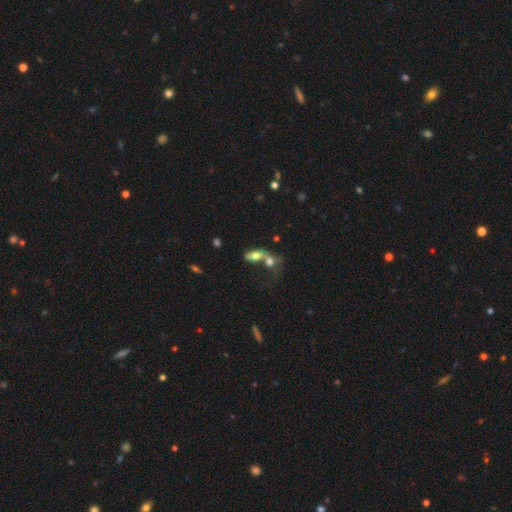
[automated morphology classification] A smooth galaxy with no disk features (65%) that is in between round and cigar-shaped (80%).

Vote fractions:
- Smooth or featured? smooth: 65% / featured or disk: 25% / star or artifact: 10%
- How rounded? in between: 80% / cigar-shaped: 12% / round: 9%
- Merging? merger: 66% / none: 18% / major disturbance: 8% / minor disturbance: 8%